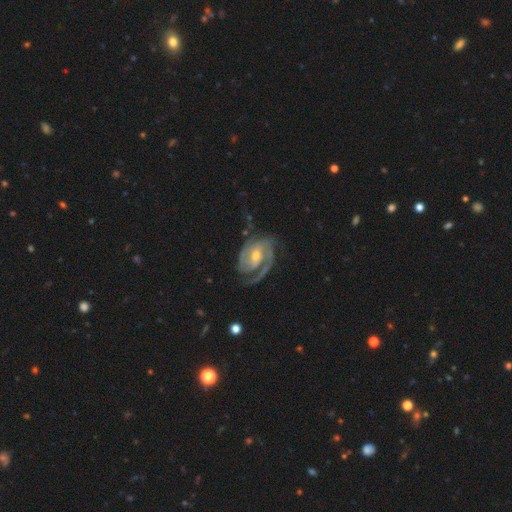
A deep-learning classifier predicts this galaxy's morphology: smooth_or_featured: featured or disk (p=0.91) [alt: smooth p=0.05]
disk_edge_on: no (p=0.98) [alt: yes p=0.02]
bar: weak (p=0.46) [alt: no p=0.33]
has_spiral_arms: yes (p=0.98) [alt: no p=0.02]
spiral_winding: tight (p=0.53) [alt: medium p=0.39]
spiral_arm_count: 2 (p=0.64) [alt: 3 p=0.15]
bulge_size: moderate (p=0.51) [alt: small p=0.44]
merging: none (p=0.65) [alt: minor disturbance p=0.20]